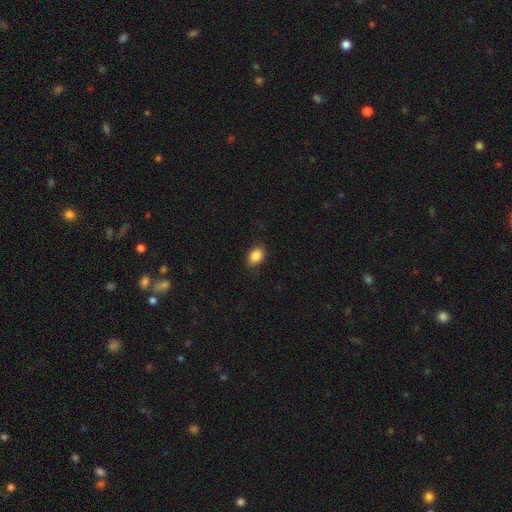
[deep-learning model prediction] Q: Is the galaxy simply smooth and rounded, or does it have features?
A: smooth — 87%.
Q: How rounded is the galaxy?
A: in between — 75%.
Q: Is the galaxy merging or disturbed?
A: none — 85%.